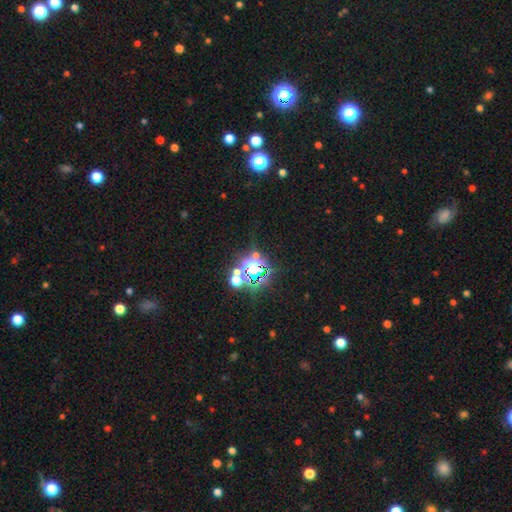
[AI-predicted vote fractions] smooth-or-featured: star or artifact: 81% | smooth: 12% | featured or disk: 7%